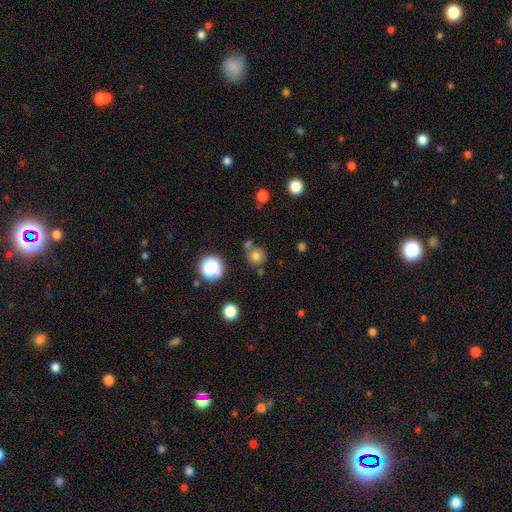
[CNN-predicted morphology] This is likely a smooth galaxy (73%). How rounded: clearly round (88%). Merging: likely none (65%).